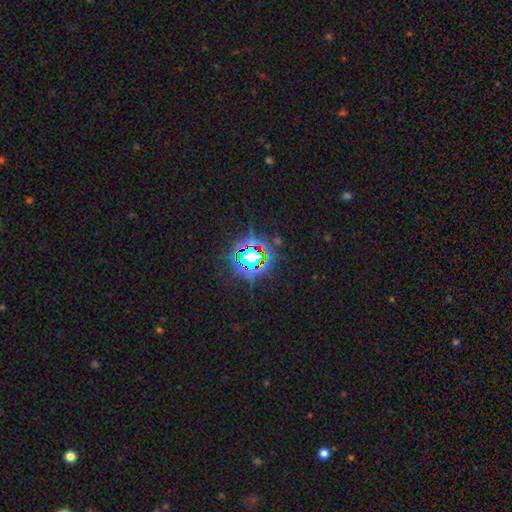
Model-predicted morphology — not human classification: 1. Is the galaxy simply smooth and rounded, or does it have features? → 77% star or artifact, 14% smooth, 9% featured or disk.